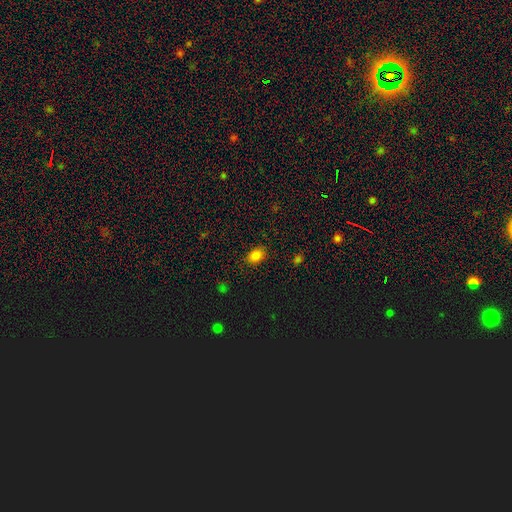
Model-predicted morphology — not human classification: Smooth or featured?
  - smooth: 83% *
  - star or artifact: 13%
  - featured or disk: 5%
How rounded?
  - in between: 74% *
  - round: 25%
  - cigar-shaped: 1%
Merging?
  - none: 85% *
  - minor disturbance: 11%
  - major disturbance: 3%
  - merger: 1%